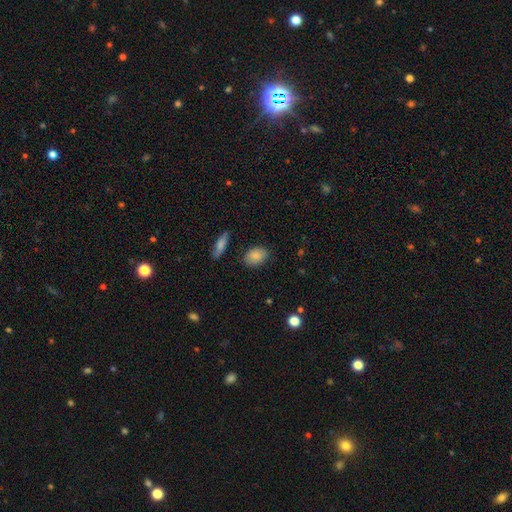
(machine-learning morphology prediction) type=smooth (84%); roundness=in between (74%); merging=none (83%).